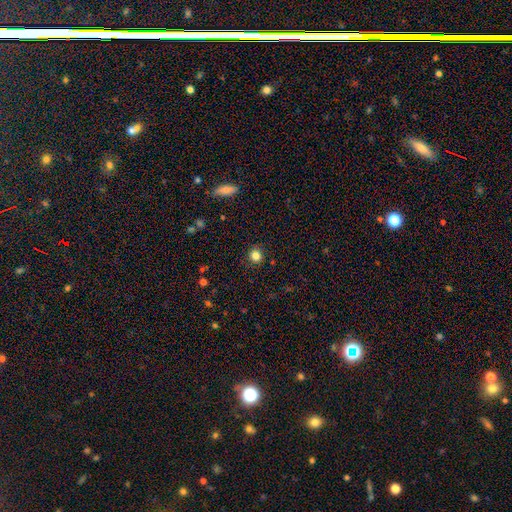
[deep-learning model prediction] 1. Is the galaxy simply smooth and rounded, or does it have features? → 83% smooth, 12% star or artifact, 5% featured or disk.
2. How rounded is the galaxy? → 90% round, 9% in between, 1% cigar-shaped.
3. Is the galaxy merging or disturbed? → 90% none, 7% minor disturbance, 2% major disturbance, 1% merger.